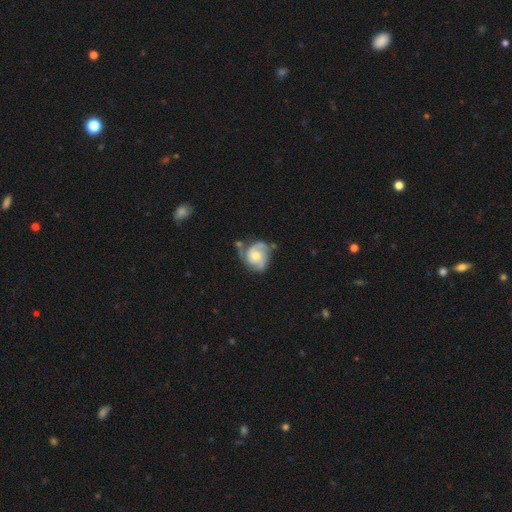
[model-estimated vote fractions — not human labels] Morphology: type=featured or disk (80%); edge-on=no (98%); bar=no (71%); spiral arms=yes (95%); winding=tight (46%); arm count=2 (54%); bulge=moderate (52%); merging=none (51%).